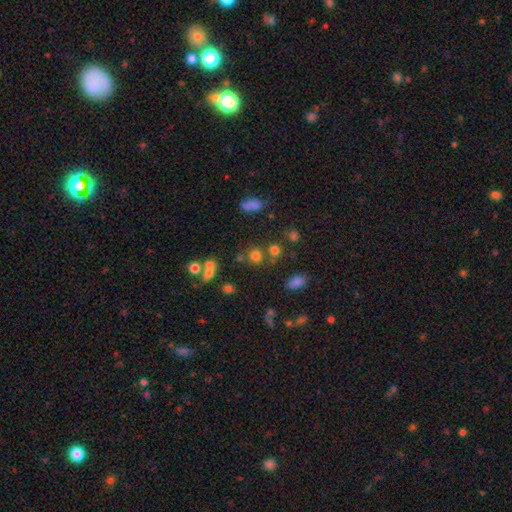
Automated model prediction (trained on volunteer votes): Overall: smooth (71%). How rounded: round (80%). Merging: none (65%).